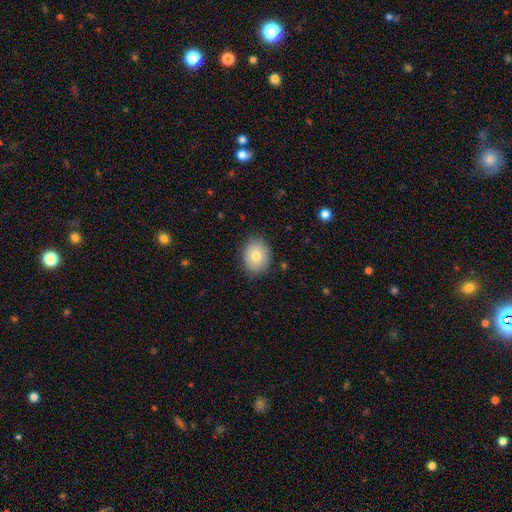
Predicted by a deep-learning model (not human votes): Overall: smooth (82%). How rounded: round (50%; in between 49%). Merging: none (85%).